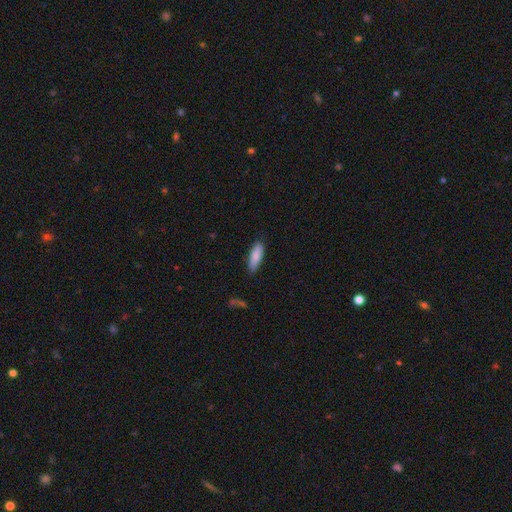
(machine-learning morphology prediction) Smooth or featured: smooth — 87% (featured or disk — 8%)
How rounded: in between — 53% (cigar-shaped — 46%)
Merging: none — 83% (minor disturbance — 13%)